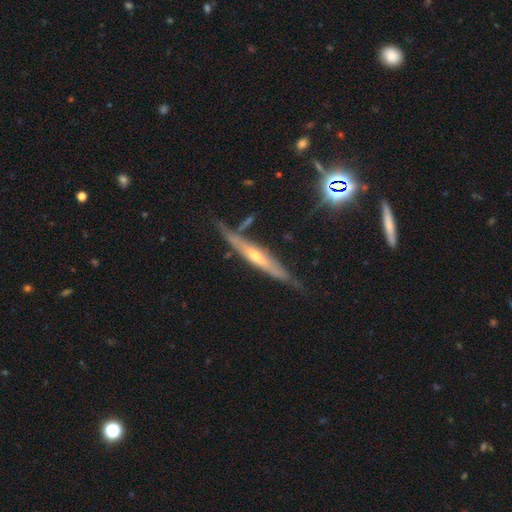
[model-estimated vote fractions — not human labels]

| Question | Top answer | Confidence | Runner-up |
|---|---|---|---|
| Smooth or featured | featured or disk | 71% | smooth (23%) |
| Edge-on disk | yes | 89% | no (11%) |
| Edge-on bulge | rounded | 73% | none (22%) |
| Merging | none | 71% | minor disturbance (20%) |